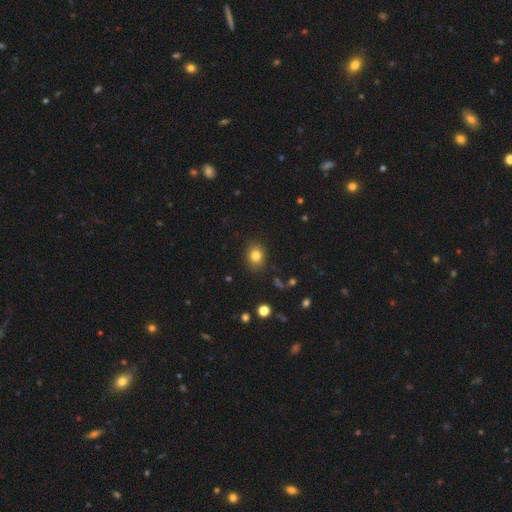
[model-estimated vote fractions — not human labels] This appears to be a smooth galaxy with no disk features (81%) that is in between round and cigar-shaped (53%). Merging: none (87%).